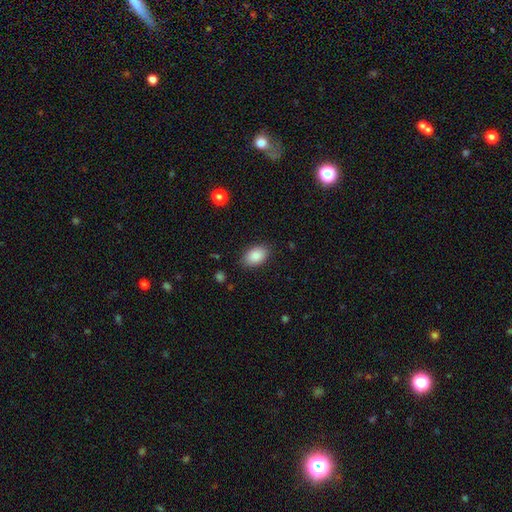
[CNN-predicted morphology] smooth_or_featured: smooth (p=0.88) [alt: star or artifact p=0.07]
how_rounded: in between (p=0.90) [alt: round p=0.09]
merging: none (p=0.85) [alt: minor disturbance p=0.11]